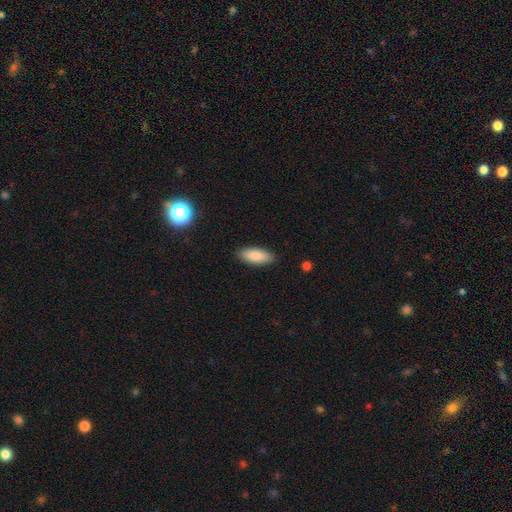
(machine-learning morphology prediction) Q: Smooth or featured?
A: smooth (85%); runner-up: featured or disk (9%)
Q: How rounded?
A: in between (79%); runner-up: cigar-shaped (19%)
Q: Merging?
A: none (88%); runner-up: minor disturbance (9%)